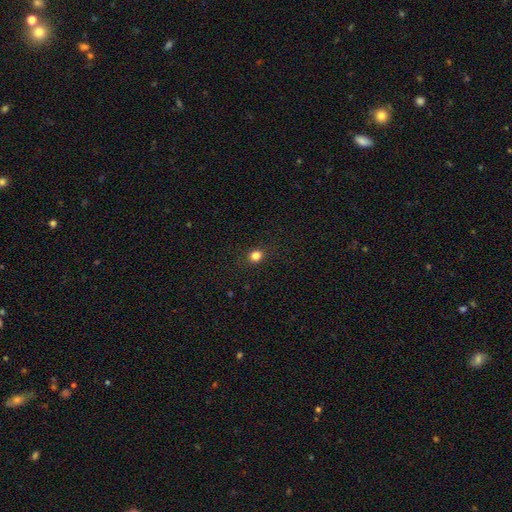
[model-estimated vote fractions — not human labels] smooth_or_featured: smooth (p=0.82) [alt: star or artifact p=0.13]
how_rounded: round (p=0.72) [alt: in between p=0.26]
merging: none (p=0.88) [alt: minor disturbance p=0.08]